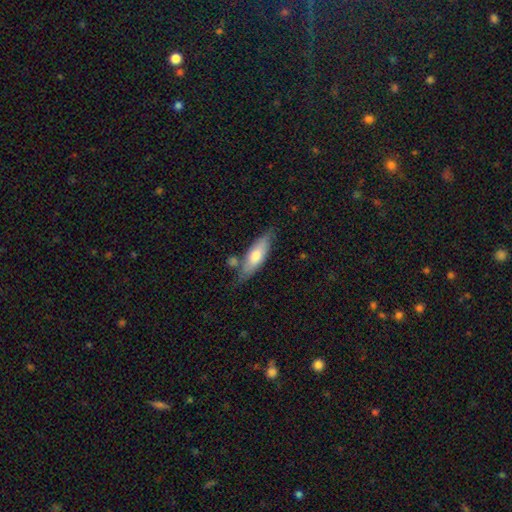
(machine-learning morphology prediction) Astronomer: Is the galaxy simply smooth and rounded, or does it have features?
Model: smooth — 62%.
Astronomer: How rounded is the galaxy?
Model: in between — 51% (runner-up: cigar-shaped, 47%).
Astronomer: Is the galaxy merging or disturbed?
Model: none — 68%.